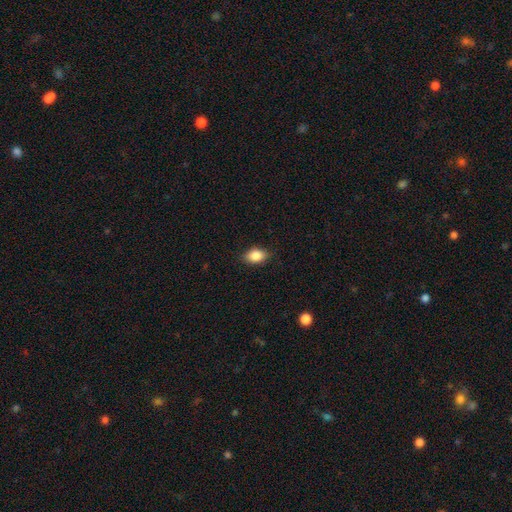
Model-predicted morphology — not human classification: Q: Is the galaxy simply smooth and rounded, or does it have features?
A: smooth — 85%.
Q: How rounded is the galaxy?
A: in between — 82%.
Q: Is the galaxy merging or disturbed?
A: none — 84%.